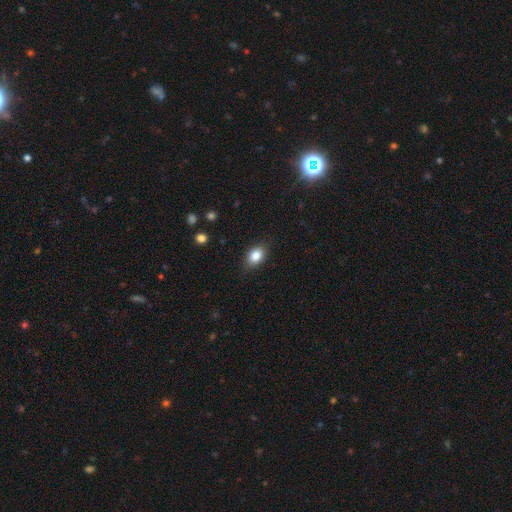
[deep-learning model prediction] Overall: smooth (85%). How rounded: in between (78%). Merging: none (82%).